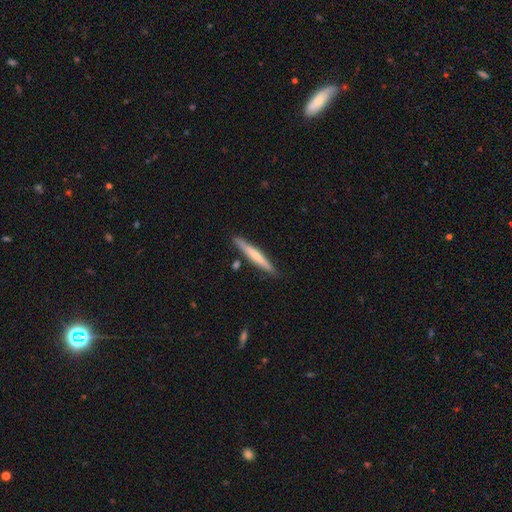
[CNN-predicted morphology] type=smooth (55%); roundness=cigar-shaped (96%); merging=none (86%).